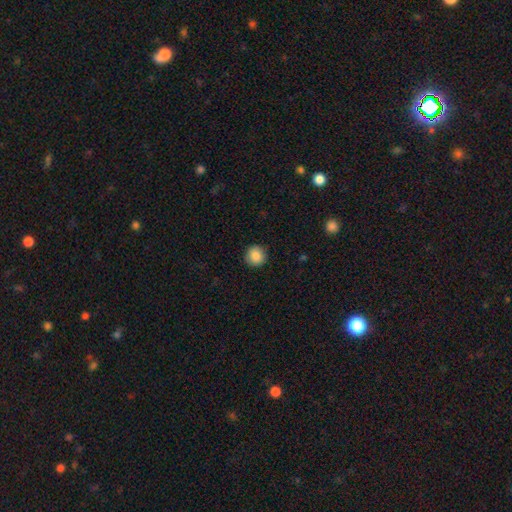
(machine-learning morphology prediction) smooth 88%, star or artifact 9%, featured or disk 4%. Down the decision tree: how rounded — round (94%); merging — none (91%).